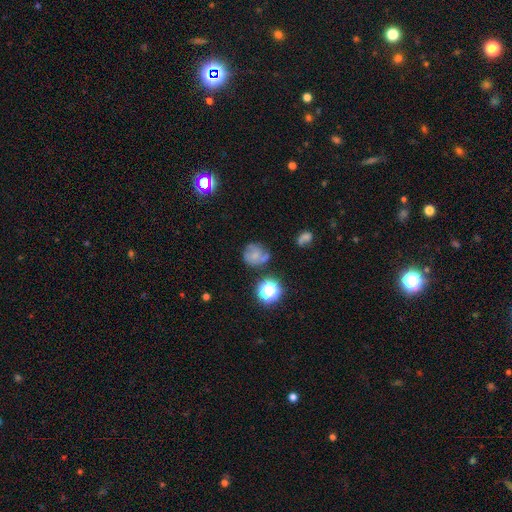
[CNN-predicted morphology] Smooth or featured?
  - smooth: 54% *
  - featured or disk: 29%
  - star or artifact: 17%
How rounded?
  - round: 81% *
  - in between: 18%
  - cigar-shaped: 1%
Merging?
  - none: 54% *
  - minor disturbance: 23%
  - major disturbance: 12%
  - merger: 12%